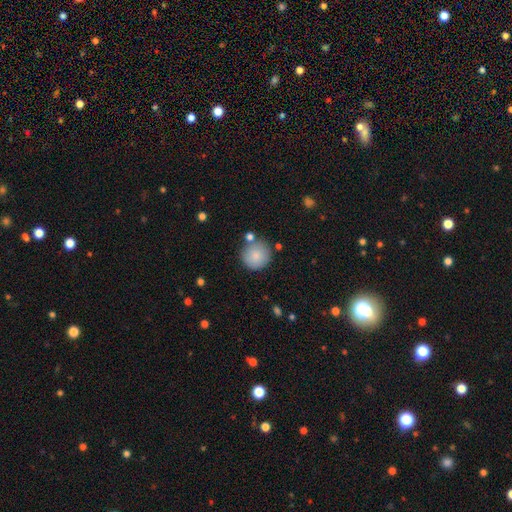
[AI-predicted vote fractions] This appears to be a smooth galaxy with no disk features (86%) that is round (94%). Merging: none (77%).